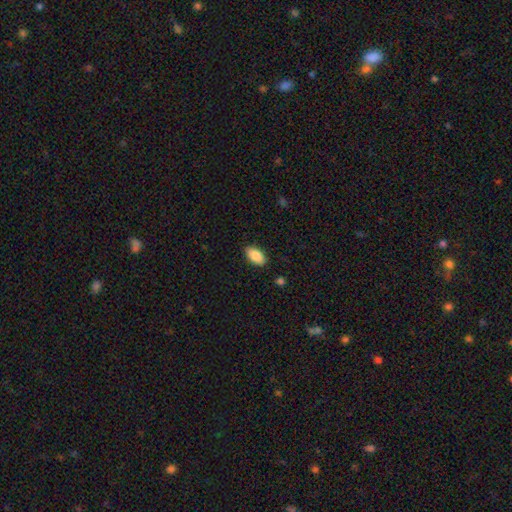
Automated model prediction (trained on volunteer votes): smooth-or-featured: smooth: 86% | star or artifact: 7% | featured or disk: 7%
  how-rounded: in between: 94% | round: 4% | cigar-shaped: 3%
  merging: none: 89% | minor disturbance: 8% | major disturbance: 2% | merger: 1%